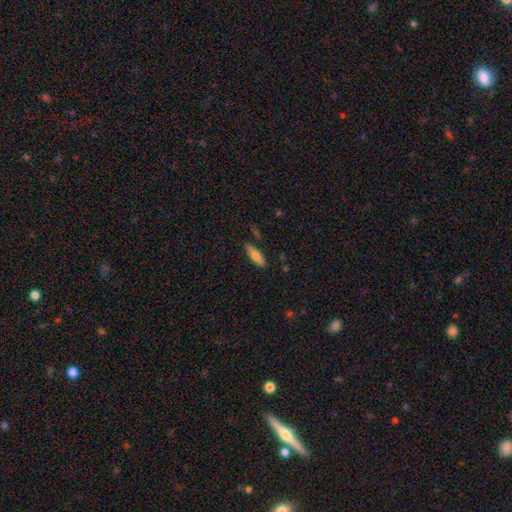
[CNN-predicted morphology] Q: Smooth or featured?
A: smooth (69%); runner-up: featured or disk (25%)
Q: How rounded?
A: cigar-shaped (60%); runner-up: in between (38%)
Q: Merging?
A: none (82%); runner-up: minor disturbance (13%)